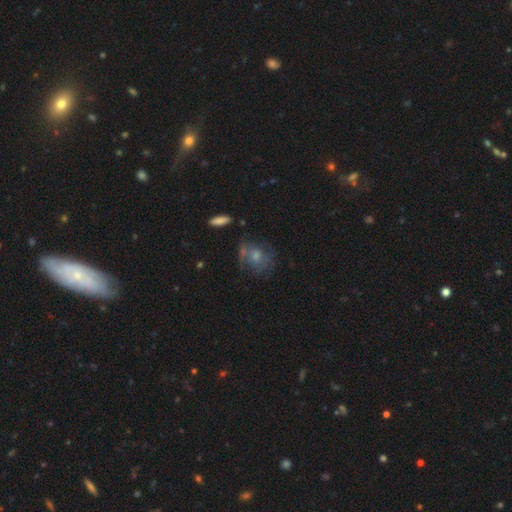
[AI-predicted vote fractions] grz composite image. It shows a featured or disk galaxy (46%). Merging: none (62%).